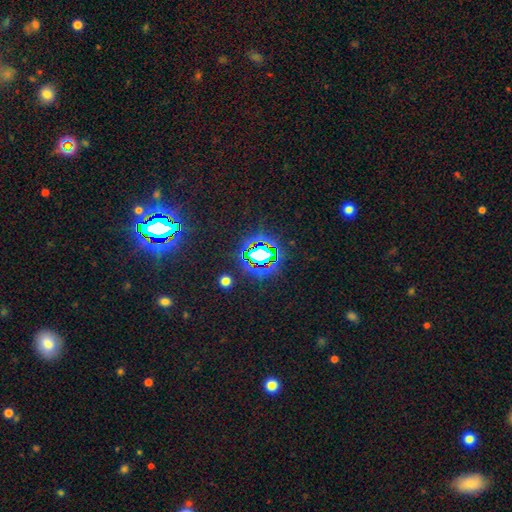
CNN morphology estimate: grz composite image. It shows a star or artifact, not a galaxy (83%).